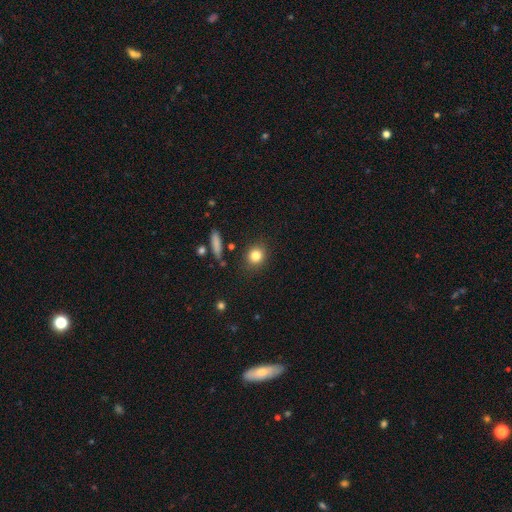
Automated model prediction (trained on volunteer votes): A smooth galaxy with no disk features (83%) that is round (78%). Merging: none (86%).